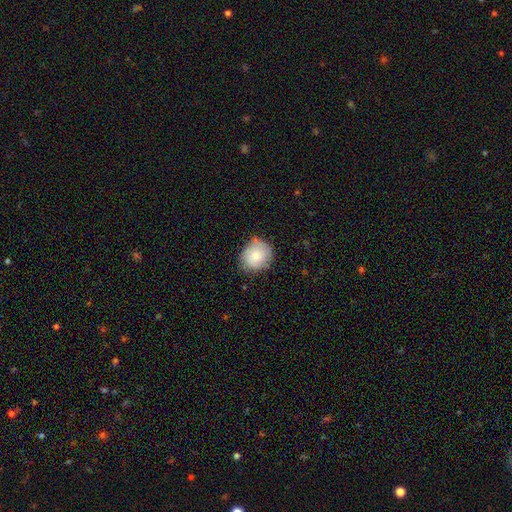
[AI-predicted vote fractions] smooth-or-featured: smooth: 78% | featured or disk: 15% | star or artifact: 7%
  how-rounded: round: 79% | in between: 20% | cigar-shaped: 1%
  merging: none: 67% | minor disturbance: 25% | major disturbance: 5% | merger: 2%